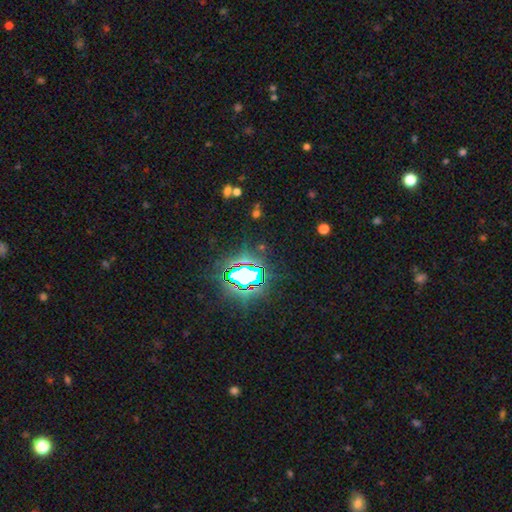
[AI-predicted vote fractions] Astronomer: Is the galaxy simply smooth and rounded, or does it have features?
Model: star or artifact — 82%.